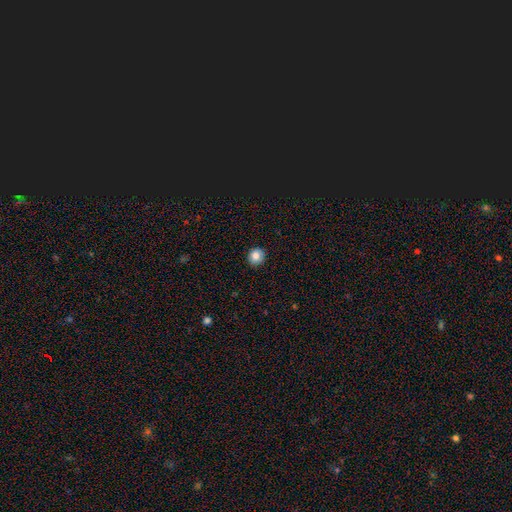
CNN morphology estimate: The model was most divided on "smooth or featured": smooth: 82%, star or artifact: 10%, featured or disk: 8%. More confident: merging — none (91%); how rounded — round (89%).